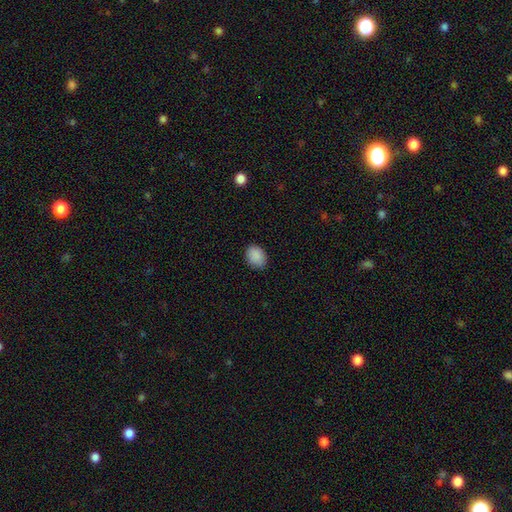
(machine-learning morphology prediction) smooth 89%, star or artifact 8%, featured or disk 3%. Down the decision tree: how rounded — in between (60%); merging — none (86%).